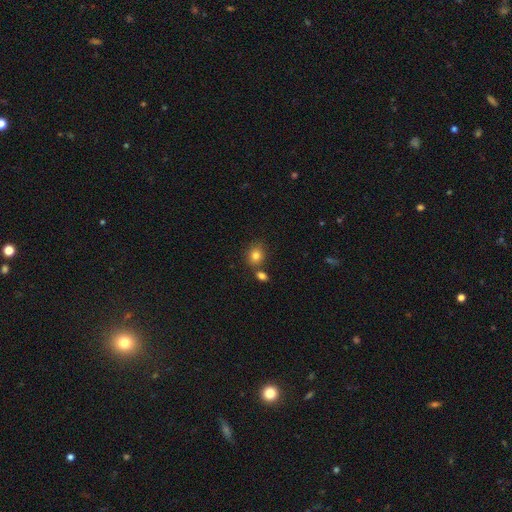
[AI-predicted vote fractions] Smooth or featured? smooth (81%)
How rounded? round (70%)
Merging? none (69%)